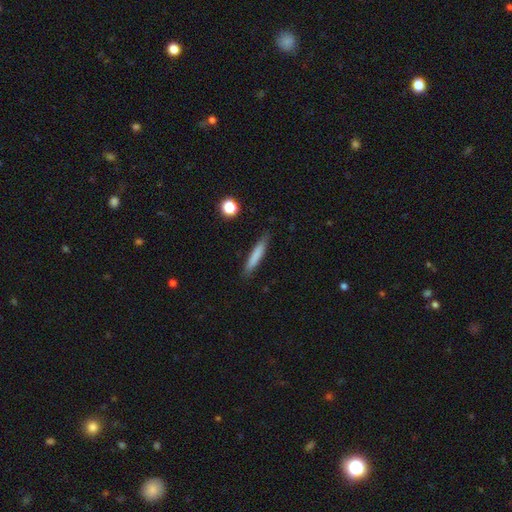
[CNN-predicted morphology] Smooth or featured: smooth — 78% (featured or disk — 16%)
How rounded: cigar-shaped — 92% (in between — 7%)
Merging: none — 86% (minor disturbance — 11%)